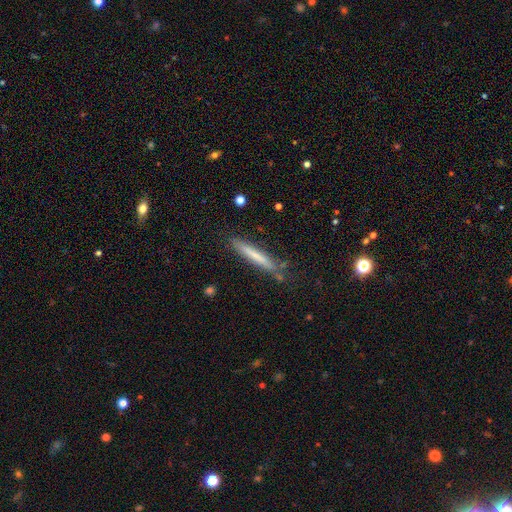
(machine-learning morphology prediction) smooth 63%, featured or disk 31%, star or artifact 7%. Down the decision tree: how rounded — cigar-shaped (95%); merging — none (80%).